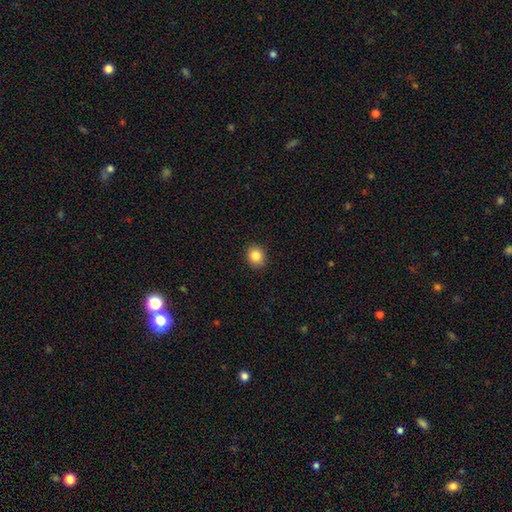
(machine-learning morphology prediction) A smooth galaxy with no disk features (85%) that is round (75%). Merging: none (91%).